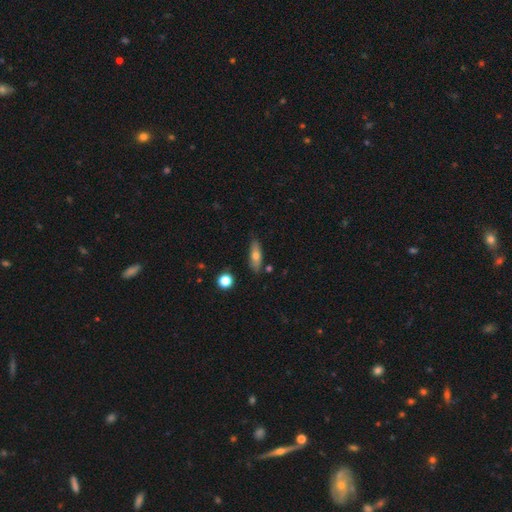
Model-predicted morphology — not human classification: type=smooth (64%); roundness=in between (54%); merging=none (82%).